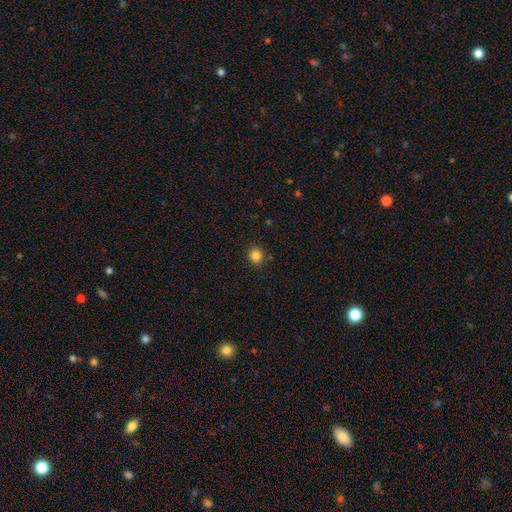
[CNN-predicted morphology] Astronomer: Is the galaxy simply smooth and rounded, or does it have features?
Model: smooth — 84%.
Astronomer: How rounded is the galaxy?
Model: round — 88%.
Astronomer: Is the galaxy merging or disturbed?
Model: none — 89%.